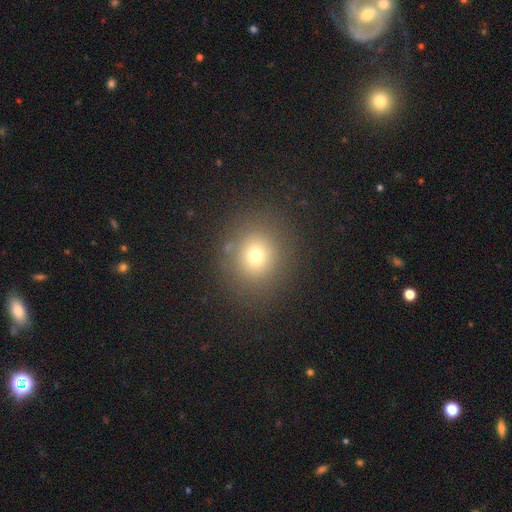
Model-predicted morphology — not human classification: smooth-or-featured: smooth: 71% | star or artifact: 18% | featured or disk: 11%
  how-rounded: round: 84% | in between: 15% | cigar-shaped: 1%
  merging: none: 86% | minor disturbance: 8% | major disturbance: 4% | merger: 2%